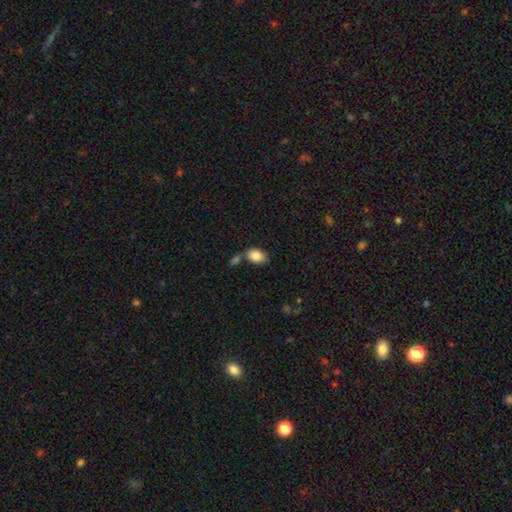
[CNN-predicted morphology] smooth_or_featured: smooth (p=0.86) [alt: star or artifact p=0.08]
how_rounded: in between (p=0.82) [alt: round p=0.17]
merging: none (p=0.60) [alt: merger p=0.21]